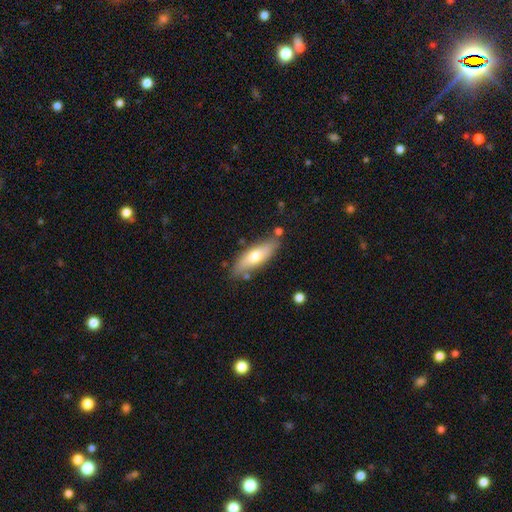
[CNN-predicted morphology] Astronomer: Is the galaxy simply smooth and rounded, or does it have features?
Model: smooth — 51% (runner-up: featured or disk, 41%).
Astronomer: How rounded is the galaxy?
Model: in between — 53% (runner-up: cigar-shaped, 44%).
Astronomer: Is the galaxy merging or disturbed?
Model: none — 77%.